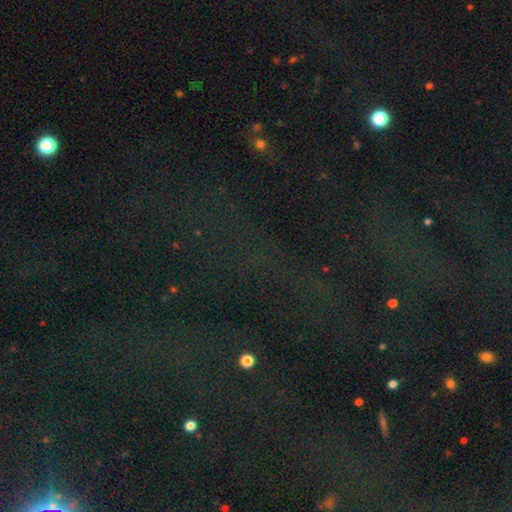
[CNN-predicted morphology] smooth-or-featured: star or artifact: 78% | smooth: 13% | featured or disk: 9%